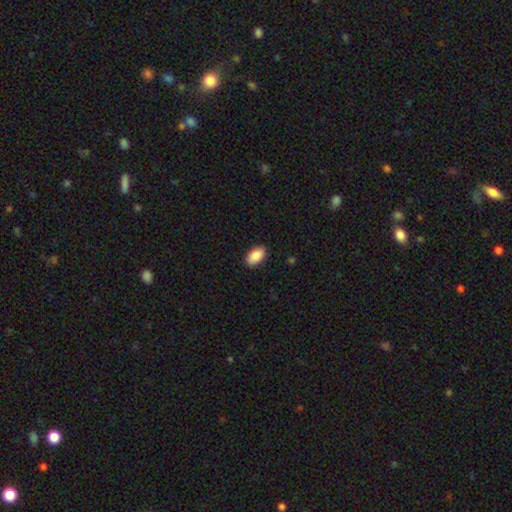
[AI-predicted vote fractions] This appears to be a smooth galaxy with no disk features (90%) that is in between round and cigar-shaped (94%). Merging: none (89%).